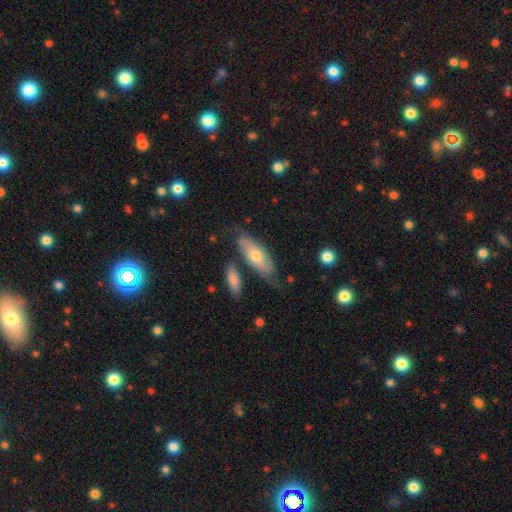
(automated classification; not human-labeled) This appears to be a smooth galaxy with no disk features (49%). Merging: none (58%).